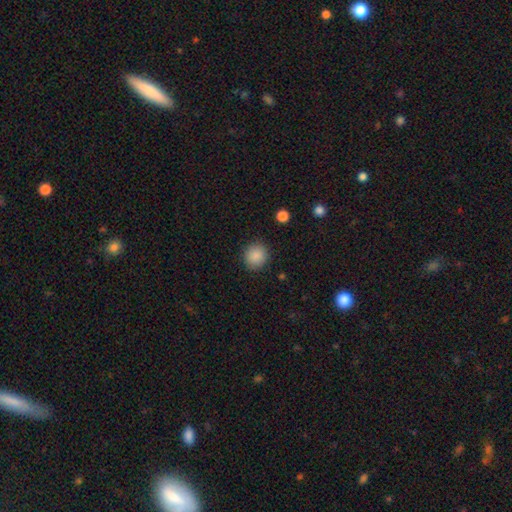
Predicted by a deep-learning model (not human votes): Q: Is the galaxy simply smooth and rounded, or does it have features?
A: smooth — 88%.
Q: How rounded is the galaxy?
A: round — 89%.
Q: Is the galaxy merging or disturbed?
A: none — 90%.